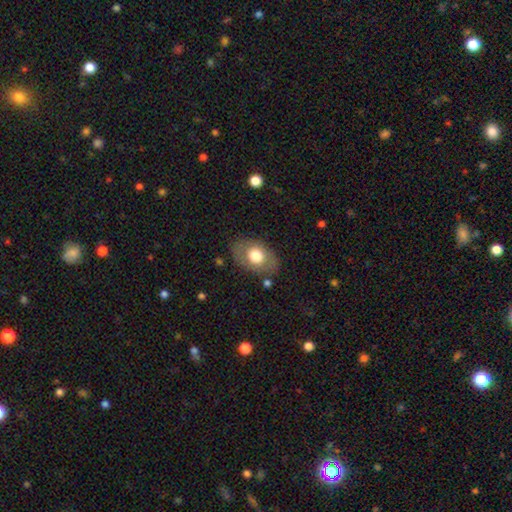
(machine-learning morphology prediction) A smooth galaxy with no disk features (65%) that is in between round and cigar-shaped (81%). Merging: none (79%).